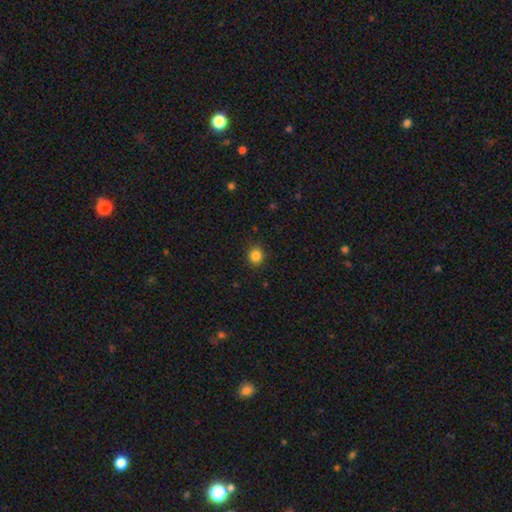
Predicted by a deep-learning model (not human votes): Morphology: type=smooth (85%); roundness=round (86%); merging=none (90%).